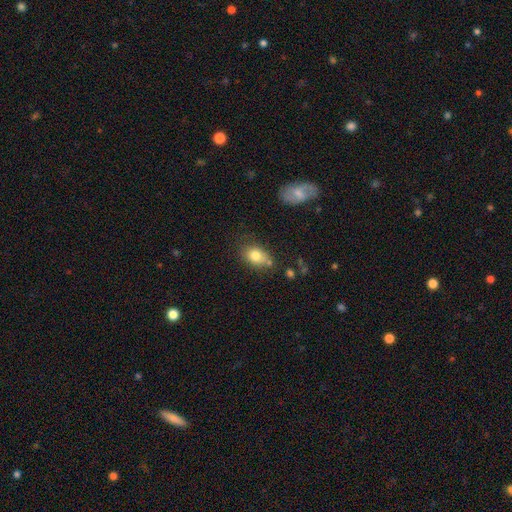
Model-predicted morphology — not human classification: Smooth or featured: smooth — 80% (featured or disk — 11%)
How rounded: in between — 73% (round — 26%)
Merging: none — 64% (minor disturbance — 21%)